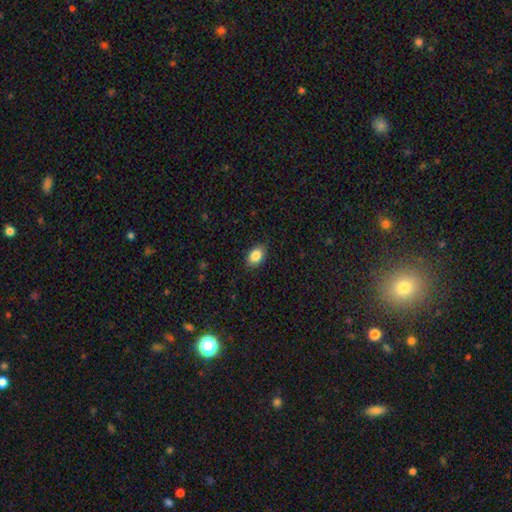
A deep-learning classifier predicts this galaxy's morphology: Smooth or featured? smooth (85%)
How rounded? in between (84%)
Merging? none (85%)